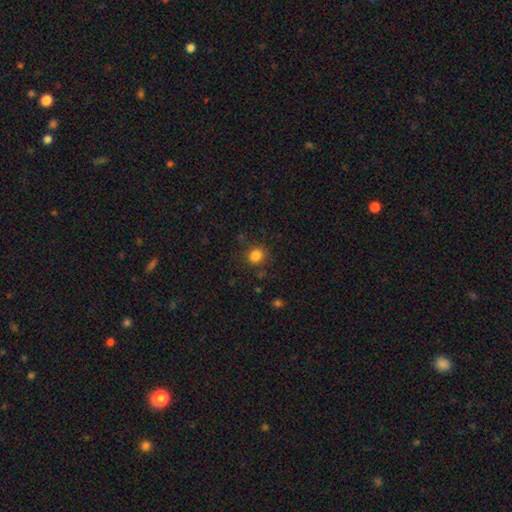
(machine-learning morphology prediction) This appears to be a smooth galaxy with no disk features (83%) that is round (84%). Merging: none (85%).